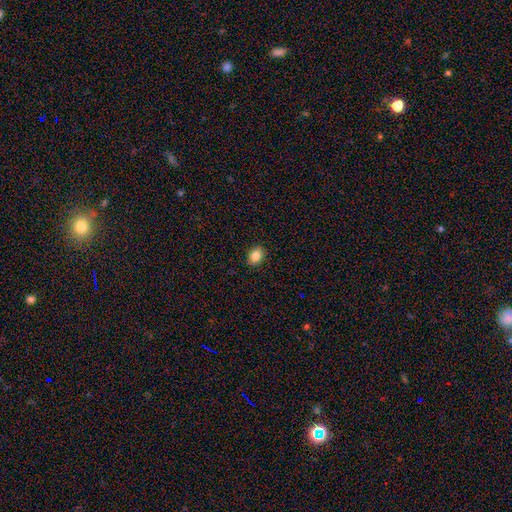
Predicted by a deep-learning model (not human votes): The model was most divided on "how rounded": in between: 66%, round: 32%, cigar-shaped: 1%. More confident: merging — none (90%); smooth or featured — smooth (85%).